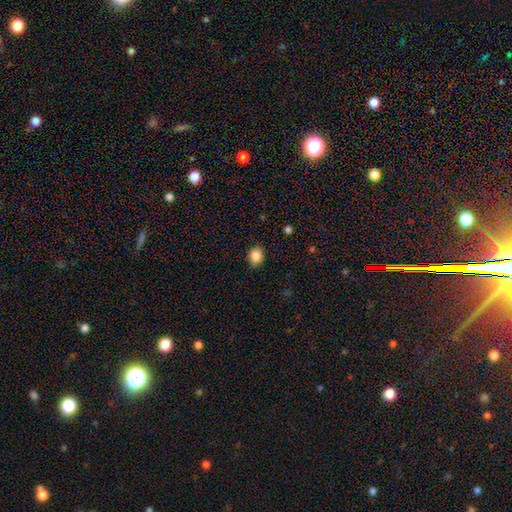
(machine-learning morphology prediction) This is clearly a smooth galaxy (86%). How rounded: possibly in between (55%). Merging: clearly none (87%).